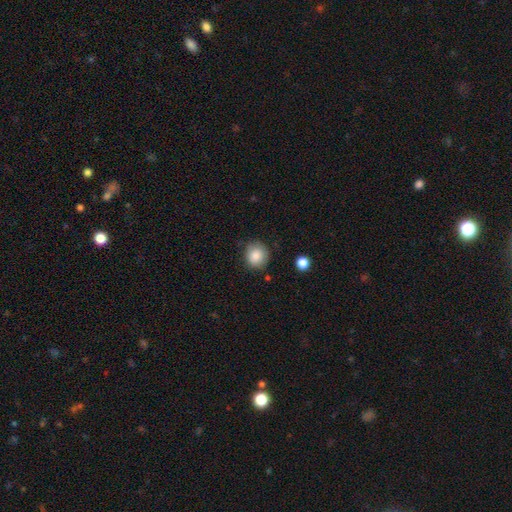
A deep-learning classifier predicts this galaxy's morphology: Smooth or featured? smooth (85%)
How rounded? round (83%)
Merging? none (80%)